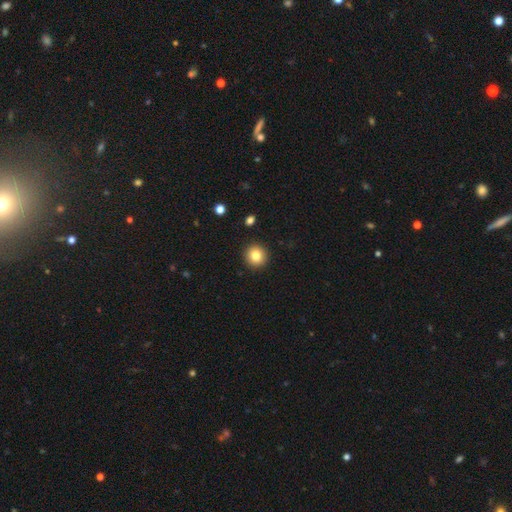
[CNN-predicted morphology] This is clearly a smooth galaxy (82%). How rounded: clearly round (94%). Merging: clearly none (92%).